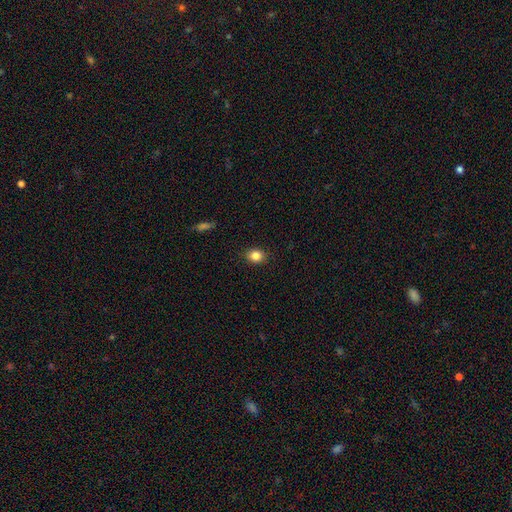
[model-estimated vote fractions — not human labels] Morphology: type=smooth (84%); roundness=round (60%); merging=none (90%).